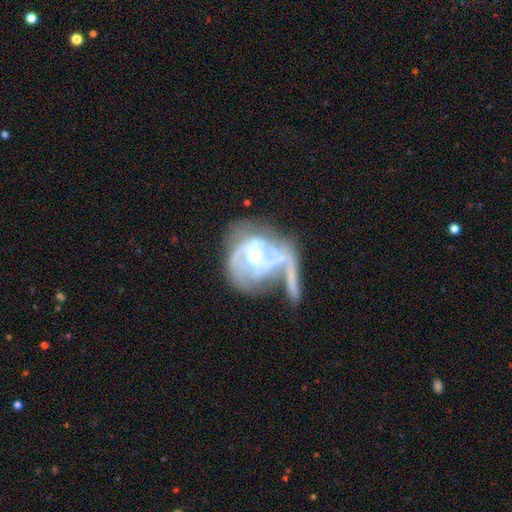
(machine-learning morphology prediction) Smooth or featured?
  - featured or disk: 82% *
  - smooth: 11%
  - star or artifact: 7%
Edge-on disk?
  - no: 97% *
  - yes: 3%
Bar?
  - no: 61% *
  - weak: 29%
  - strong: 10%
Spiral arms?
  - yes: 81% *
  - no: 19%
Spiral winding?
  - medium: 42% *
  - tight: 32%
  - loose: 26%
Spiral arm count?
  - 2: 42% *
  - can't tell: 27%
  - 3: 14%
  - 1: 9%
  - 4: 4%
  - more than 4: 4%
Bulge size?
  - small: 51% *
  - moderate: 41%
  - none: 3%
  - large: 3%
  - dominant: 1%
Merging?
  - major disturbance: 32% * (tied)
  - merger: 32% * (tied)
  - none: 22%
  - minor disturbance: 14%